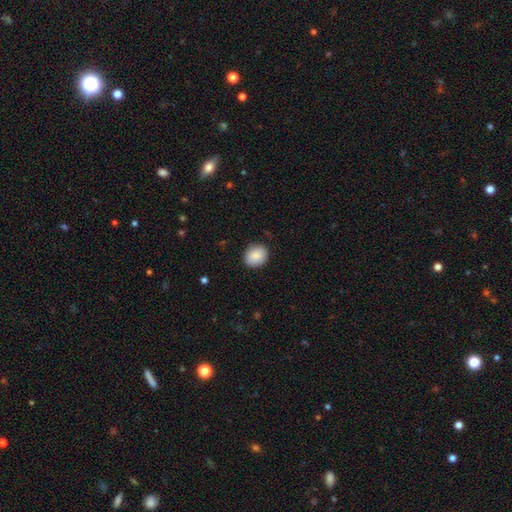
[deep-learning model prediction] smooth-or-featured: smooth: 89% | star or artifact: 7% | featured or disk: 5%
  how-rounded: round: 64% | in between: 35% | cigar-shaped: 1%
  merging: none: 87% | minor disturbance: 10% | major disturbance: 2% | merger: 1%